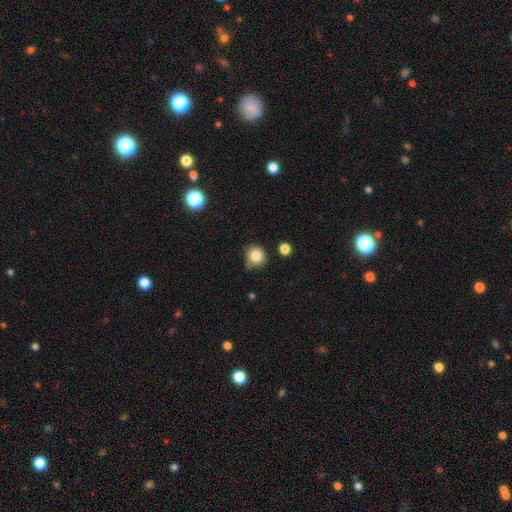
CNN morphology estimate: Smooth or featured? Predicted: smooth (p=0.83). How rounded? Predicted: round (p=0.87). Merging? Predicted: none (p=0.71).